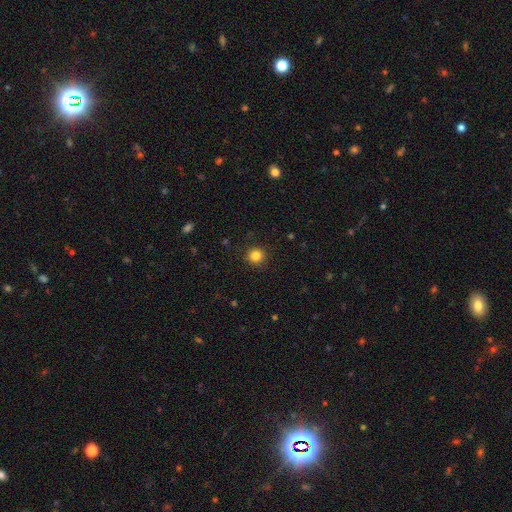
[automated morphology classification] smooth_or_featured: smooth (p=0.84) [alt: star or artifact p=0.12]
how_rounded: round (p=0.94) [alt: in between p=0.05]
merging: none (p=0.91) [alt: minor disturbance p=0.06]